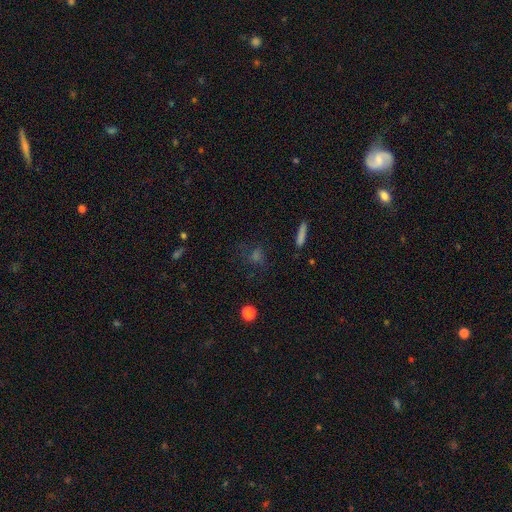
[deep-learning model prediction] smooth_or_featured: smooth (p=0.48) [alt: star or artifact p=0.34]
merging: none (p=0.71) [alt: minor disturbance p=0.15]